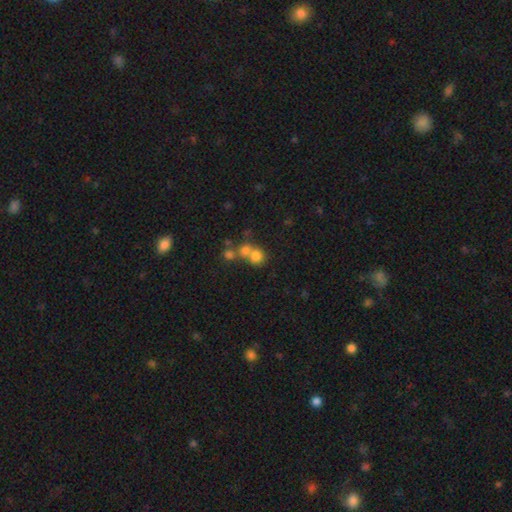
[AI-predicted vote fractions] Smooth or featured: smooth — 72% (star or artifact — 14%)
How rounded: round — 82% (in between — 17%)
Merging: merger — 49% (none — 40%)